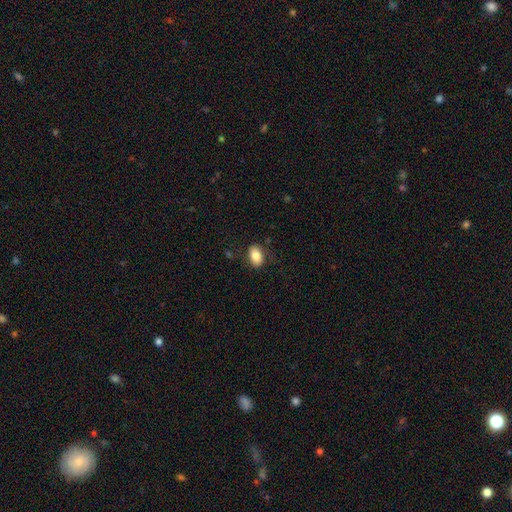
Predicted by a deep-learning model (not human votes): Morphology: type=smooth (83%); roundness=in between (88%); merging=none (81%).